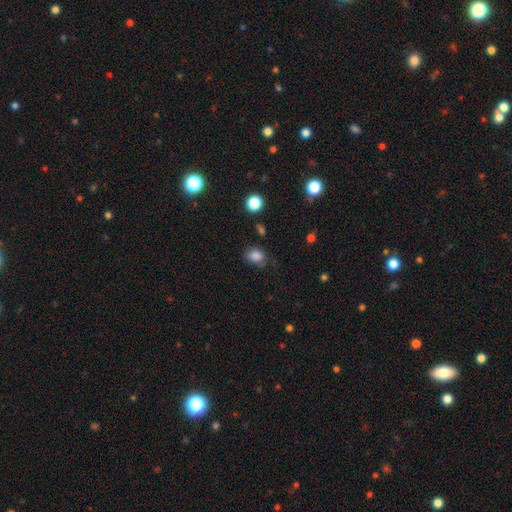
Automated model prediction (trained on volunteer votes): Morphology: type=smooth (84%); roundness=in between (62%); merging=none (66%).